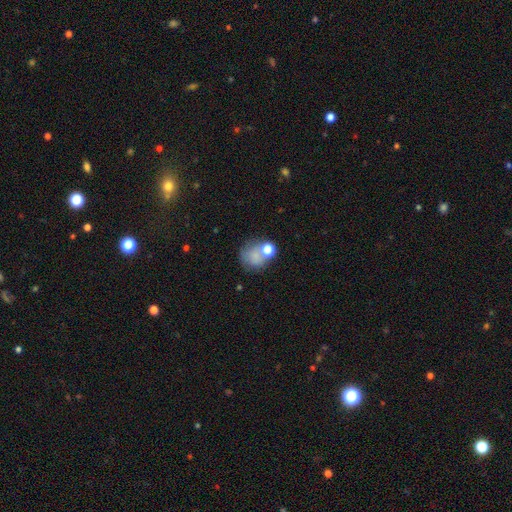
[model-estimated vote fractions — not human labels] Q: Smooth or featured?
A: smooth (70%); runner-up: featured or disk (15%)
Q: How rounded?
A: round (77%); runner-up: in between (22%)
Q: Merging?
A: none (45%); runner-up: merger (25%)